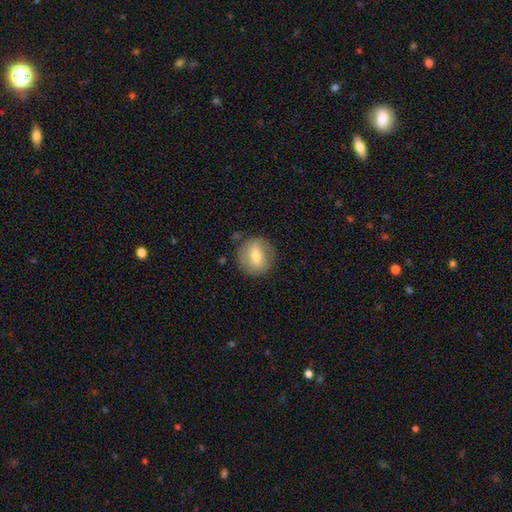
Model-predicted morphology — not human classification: Smooth or featured: smooth — 61% (featured or disk — 32%)
How rounded: round — 84% (in between — 15%)
Merging: none — 81% (minor disturbance — 13%)